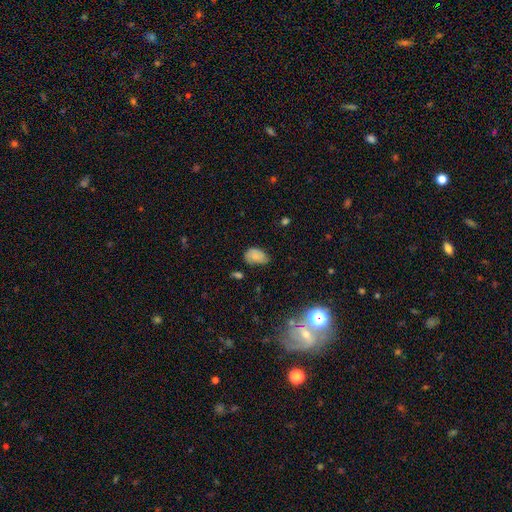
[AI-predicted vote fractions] smooth_or_featured: smooth (p=0.74) [alt: featured or disk p=0.16]
how_rounded: in between (p=0.85) [alt: round p=0.14]
merging: none (p=0.47) [alt: minor disturbance p=0.39]